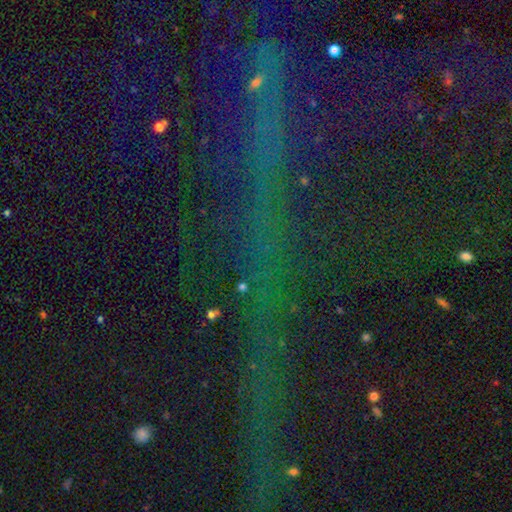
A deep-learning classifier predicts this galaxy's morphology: The model was most divided on "smooth or featured": star or artifact: 74%, smooth: 13%, featured or disk: 13%.